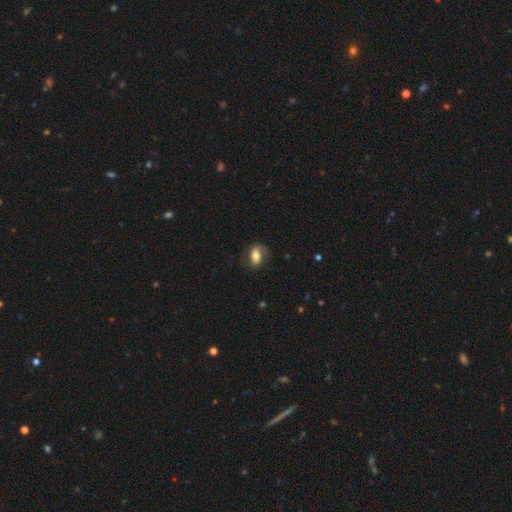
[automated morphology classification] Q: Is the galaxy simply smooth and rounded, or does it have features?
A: smooth — 52%.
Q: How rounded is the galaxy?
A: in between — 82%.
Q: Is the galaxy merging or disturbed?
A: none — 64%.